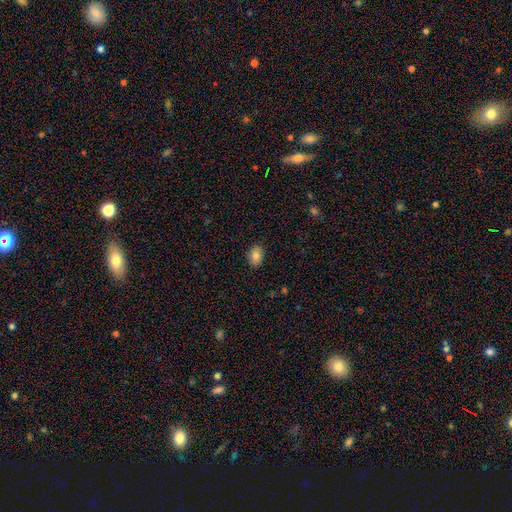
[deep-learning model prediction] smooth 82%, featured or disk 9%, star or artifact 8%. Down the decision tree: how rounded — in between (80%); merging — none (88%).